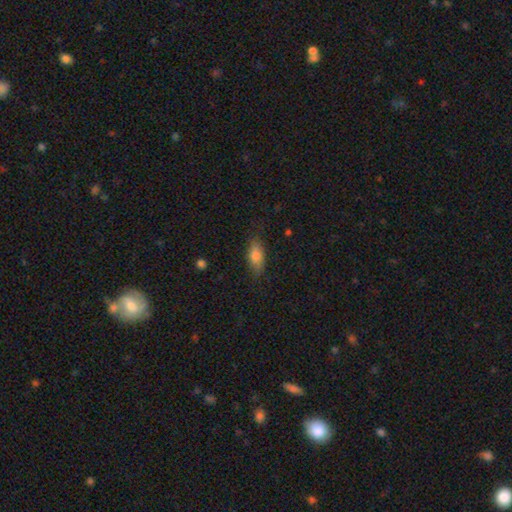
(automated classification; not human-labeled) This is likely a smooth galaxy (79%). How rounded: clearly in between (81%). Merging: likely none (77%).